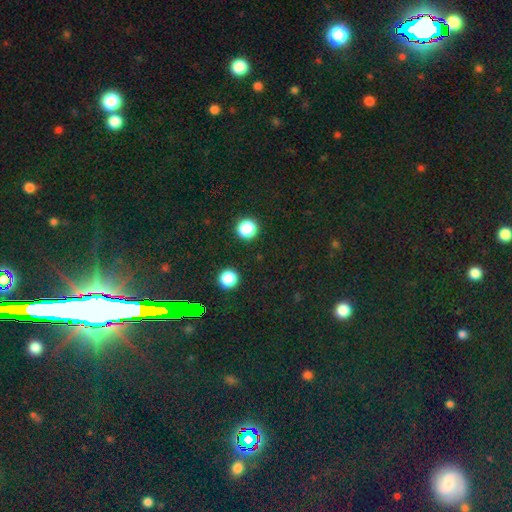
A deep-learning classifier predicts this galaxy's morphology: Smooth or featured: star or artifact — 80% (smooth — 12%)